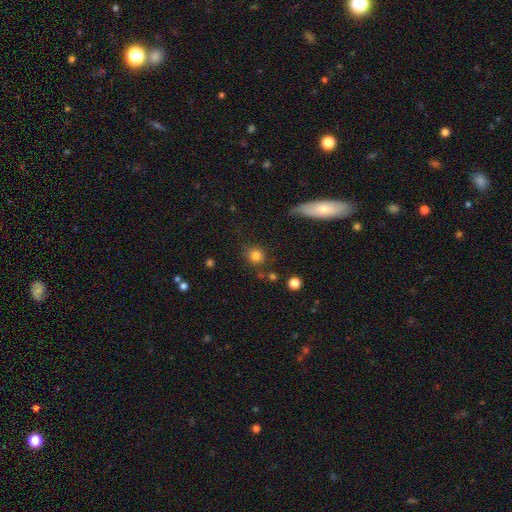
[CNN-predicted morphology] Overall: smooth (82%). How rounded: round (87%). Merging: none (76%).